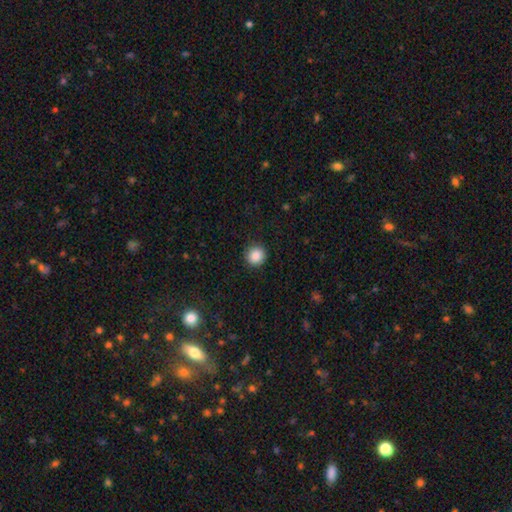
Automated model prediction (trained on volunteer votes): Overall: smooth (88%). How rounded: round (94%). Merging: none (91%).